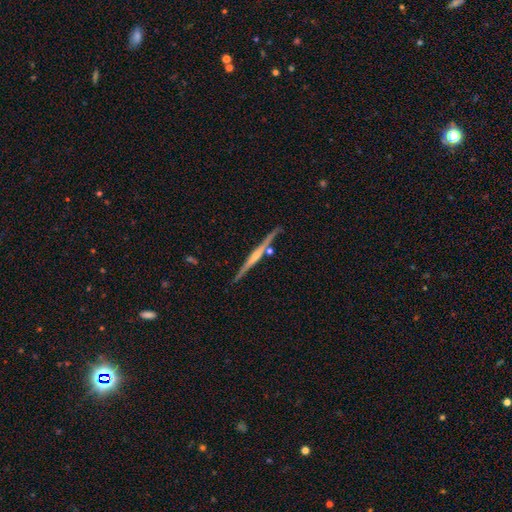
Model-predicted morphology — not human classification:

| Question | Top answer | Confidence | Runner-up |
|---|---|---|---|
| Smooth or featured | featured or disk | 79% | smooth (13%) |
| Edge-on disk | yes | 98% | no (2%) |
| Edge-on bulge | rounded | 68% | none (23%) |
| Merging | none | 85% | minor disturbance (9%) |